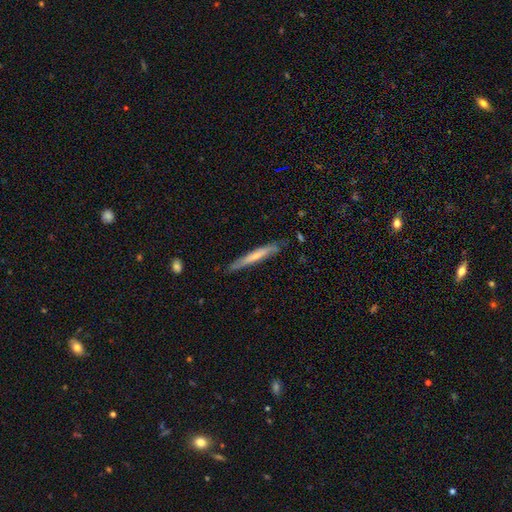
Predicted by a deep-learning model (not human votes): The model was most divided on "smooth or featured": smooth: 54%, featured or disk: 41%, star or artifact: 5%. More confident: how rounded — cigar-shaped (95%); merging — none (81%).